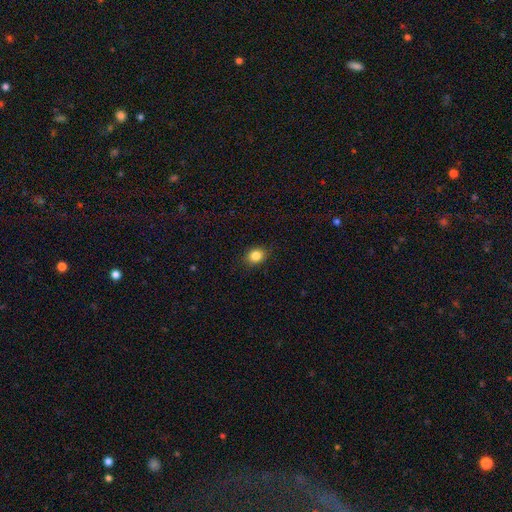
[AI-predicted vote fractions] Smooth or featured? smooth (84%)
How rounded? round (54%)
Merging? none (88%)